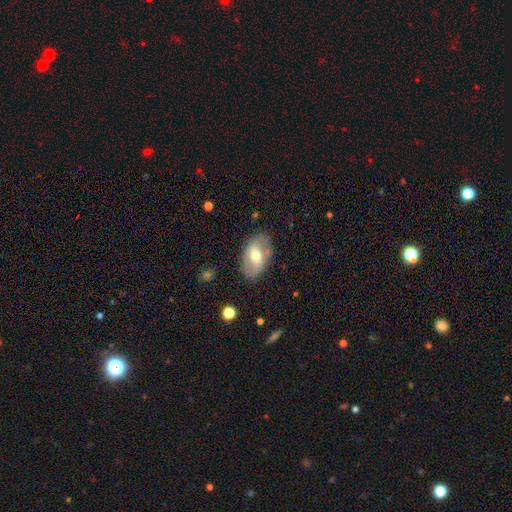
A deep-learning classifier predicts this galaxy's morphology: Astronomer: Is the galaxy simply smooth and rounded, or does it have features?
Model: featured or disk — 50% (runner-up: smooth, 43%).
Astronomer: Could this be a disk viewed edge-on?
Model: no — 90%.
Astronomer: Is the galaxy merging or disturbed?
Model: none — 79%.